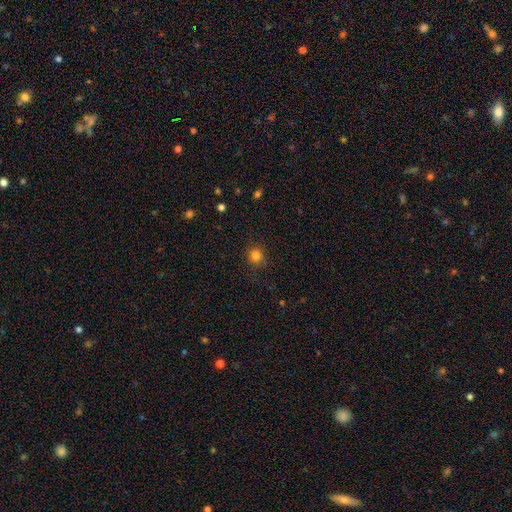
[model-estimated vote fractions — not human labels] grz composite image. It shows a smooth galaxy with no disk features (82%) that is round (89%). Merging: none (85%).